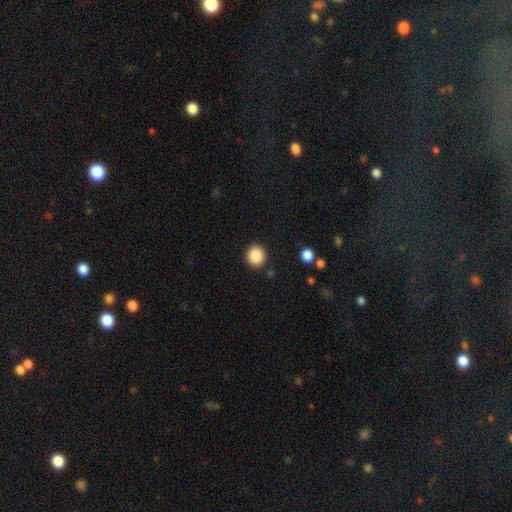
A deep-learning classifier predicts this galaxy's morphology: A smooth galaxy with no disk features (88%) that is round (85%). Merging: none (90%).